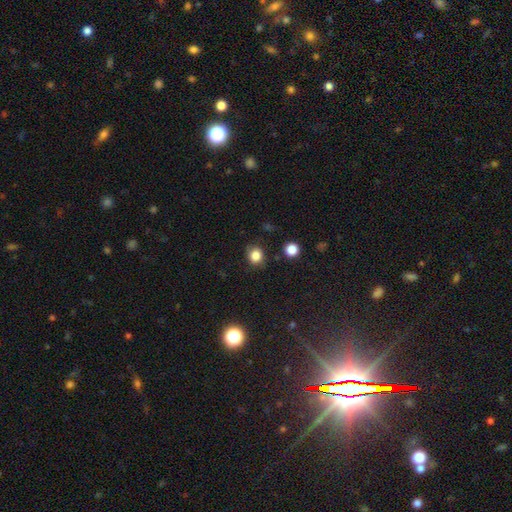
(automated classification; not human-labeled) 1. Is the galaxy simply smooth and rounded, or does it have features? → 83% smooth, 12% star or artifact, 5% featured or disk.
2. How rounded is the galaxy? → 75% round, 24% in between, 1% cigar-shaped.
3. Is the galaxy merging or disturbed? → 83% none, 12% minor disturbance, 3% major disturbance, 3% merger.